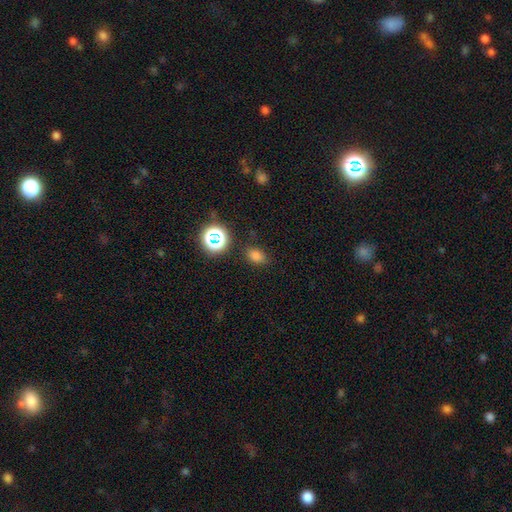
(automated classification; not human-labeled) smooth_or_featured: smooth (p=0.75) [alt: star or artifact p=0.19]
how_rounded: in between (p=0.71) [alt: round p=0.27]
merging: none (p=0.78) [alt: minor disturbance p=0.15]